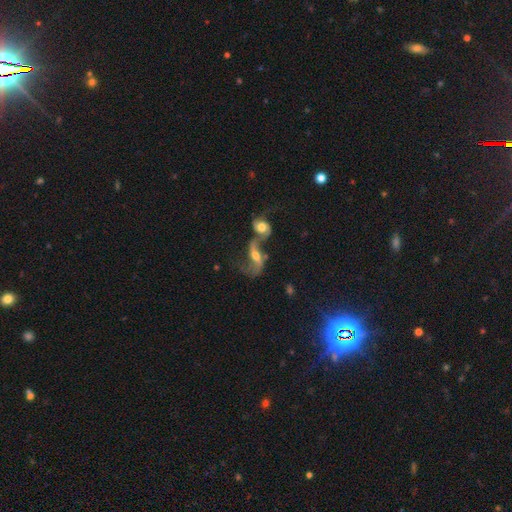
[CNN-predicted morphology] Q: Smooth or featured?
A: featured or disk (74%); runner-up: smooth (17%)
Q: Edge-on disk?
A: no (92%); runner-up: yes (8%)
Q: Bar?
A: weak (40%); runner-up: no (34%)
Q: Spiral arms?
A: yes (86%); runner-up: no (14%)
Q: Spiral winding?
A: loose (72%); runner-up: medium (22%)
Q: Spiral arm count?
A: 2 (80%); runner-up: 1 (10%)
Q: Bulge size?
A: moderate (63%); runner-up: small (22%)
Q: Merging?
A: merger (65%); runner-up: none (16%)